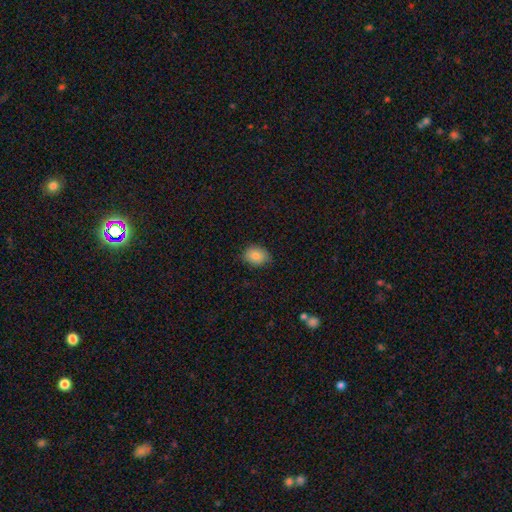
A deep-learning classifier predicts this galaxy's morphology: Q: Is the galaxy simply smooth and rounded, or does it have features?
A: smooth — 84%.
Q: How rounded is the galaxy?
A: in between — 67%.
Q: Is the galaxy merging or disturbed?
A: none — 81%.